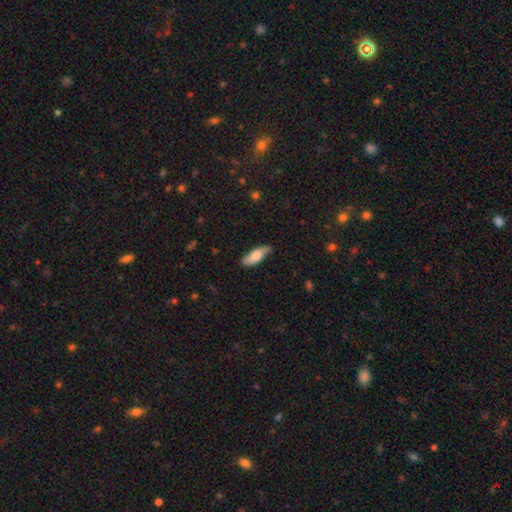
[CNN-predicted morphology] Smooth or featured? Predicted: smooth (p=0.68). How rounded? Predicted: in between (p=0.70). Merging? Predicted: none (p=0.73).